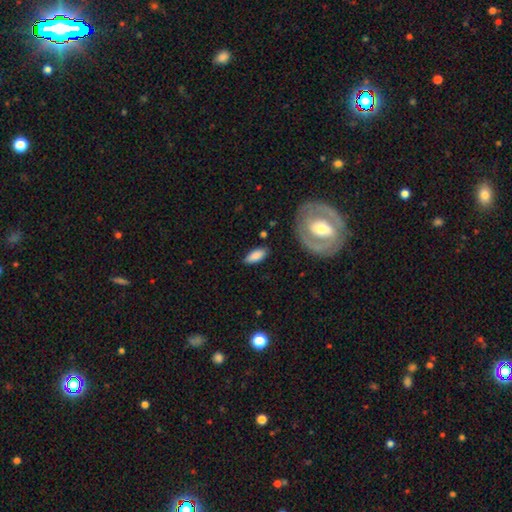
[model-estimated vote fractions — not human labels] Smooth or featured: smooth — 82% (featured or disk — 12%)
How rounded: in between — 84% (cigar-shaped — 14%)
Merging: none — 81% (minor disturbance — 13%)